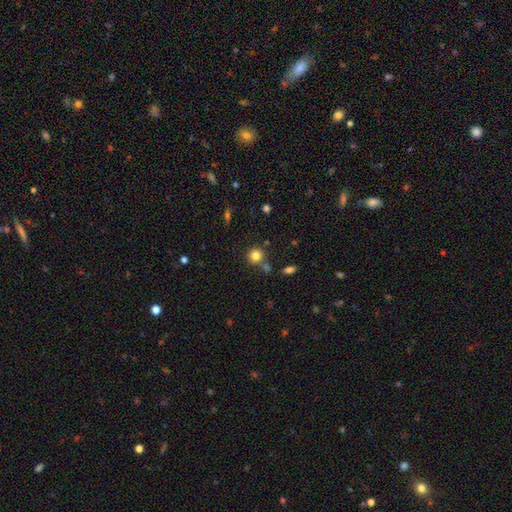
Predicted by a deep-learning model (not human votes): A smooth galaxy with no disk features (81%) that is round (89%).

Vote fractions:
- Smooth or featured? smooth: 81% / star or artifact: 12% / featured or disk: 7%
- How rounded? round: 89% / in between: 9% / cigar-shaped: 1%
- Merging? none: 75% / merger: 13% / minor disturbance: 9% / major disturbance: 3%